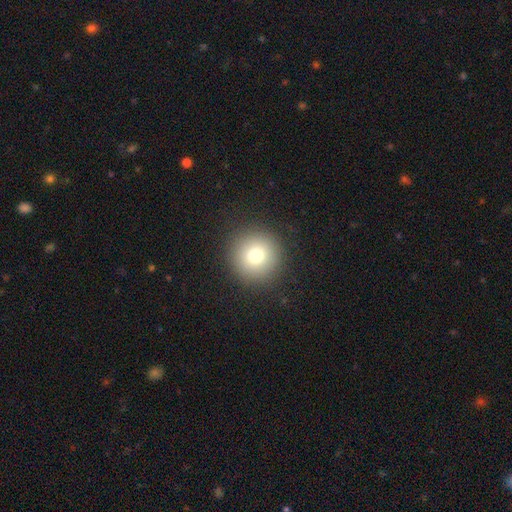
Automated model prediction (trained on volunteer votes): Morphology: type=smooth (77%); roundness=round (96%); merging=none (91%).